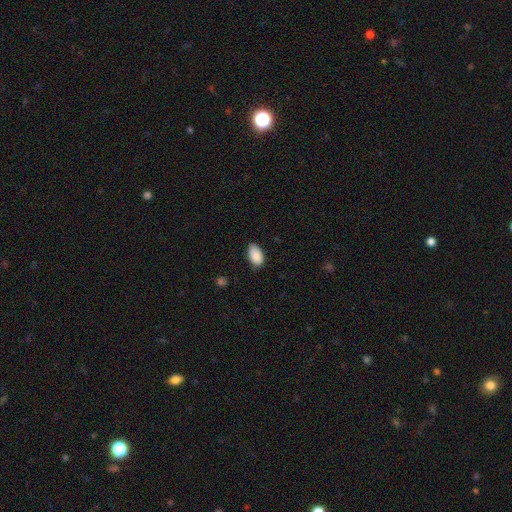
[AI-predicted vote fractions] Q: Smooth or featured?
A: smooth (89%); runner-up: star or artifact (7%)
Q: How rounded?
A: in between (94%); runner-up: round (4%)
Q: Merging?
A: none (75%); runner-up: minor disturbance (21%)